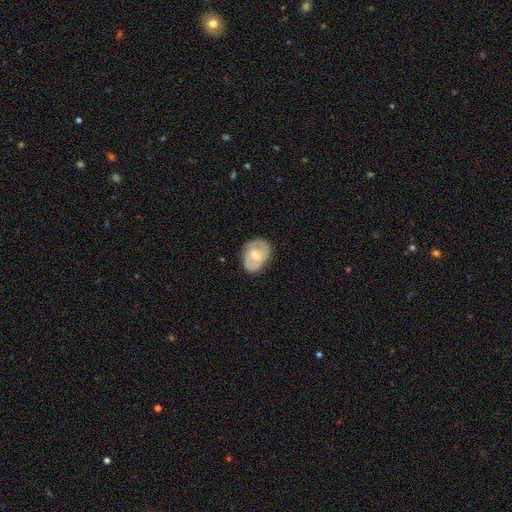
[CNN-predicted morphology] This is likely a featured or disk galaxy (64%). It is clearly not viewed edge-on (96%). Bar: marginally weak (44%). Spiral arm pattern: likely yes (75%). Central bulge: possibly moderate (59%). Merging: likely none (77%).